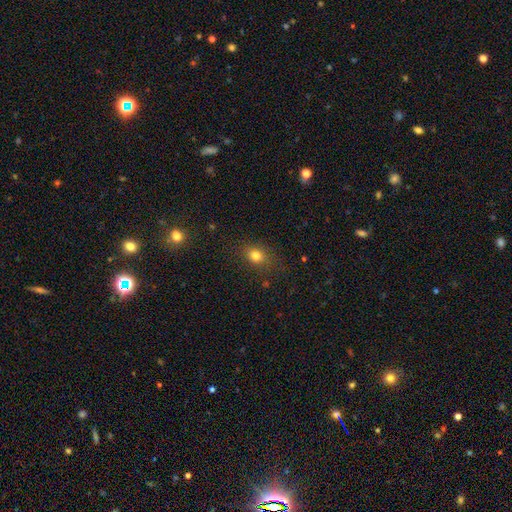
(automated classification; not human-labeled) Smooth or featured? Predicted: smooth (p=0.78). How rounded? Predicted: in between (p=0.58). Merging? Predicted: none (p=0.80).